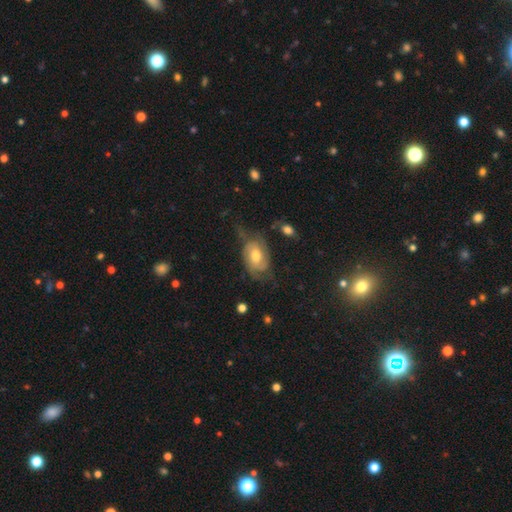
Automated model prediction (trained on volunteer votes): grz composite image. It shows a featured or disk galaxy (65%) with no bar (63%), 2 (47%) tight (39%, tied with medium) spiral arms (86%) and a moderate central bulge (70%). Merging: none (48%).